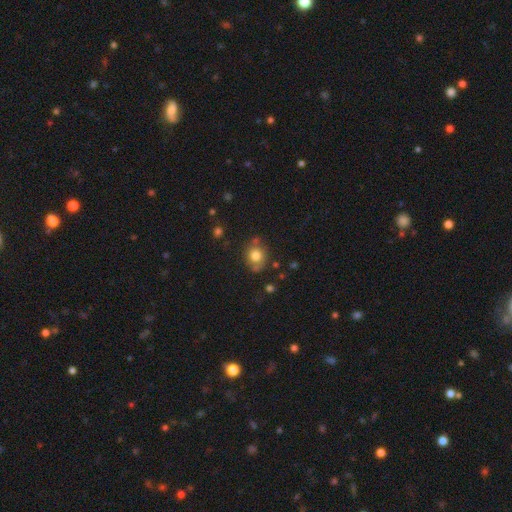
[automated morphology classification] Q: Smooth or featured?
A: smooth (78%); runner-up: star or artifact (11%)
Q: How rounded?
A: round (68%); runner-up: in between (31%)
Q: Merging?
A: none (69%); runner-up: minor disturbance (19%)